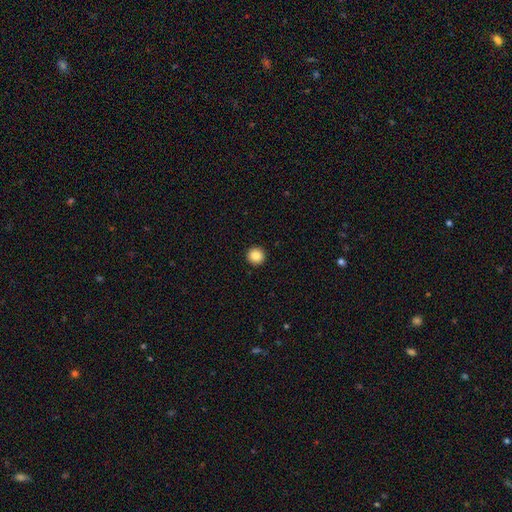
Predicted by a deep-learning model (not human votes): smooth 87%, star or artifact 9%, featured or disk 4%. Down the decision tree: how rounded — round (95%); merging — none (94%).